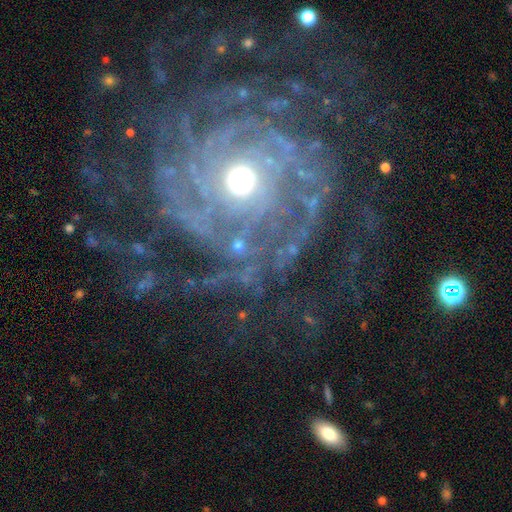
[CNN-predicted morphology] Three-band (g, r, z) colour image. It shows a featured or disk galaxy (87%) with no bar (79%), tight (66%) spiral arms (94%) and a moderate central bulge (60%). Merging: none (66%).